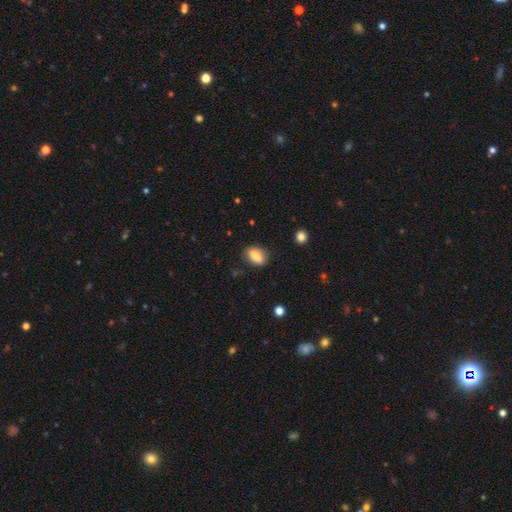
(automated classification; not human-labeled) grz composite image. It shows a smooth galaxy with no disk features (79%) that is in between round and cigar-shaped (79%). Merging: none (83%).